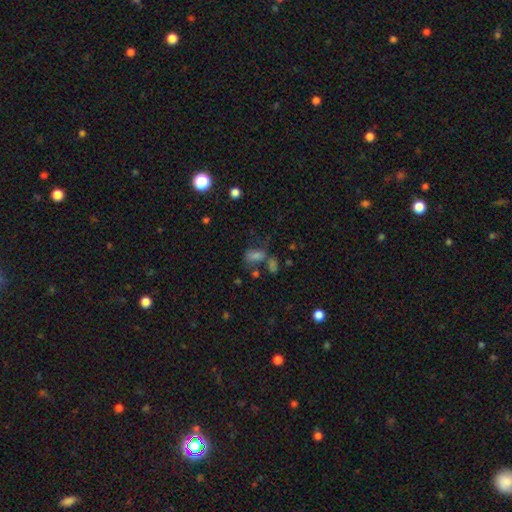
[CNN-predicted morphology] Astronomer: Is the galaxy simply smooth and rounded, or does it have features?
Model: smooth — 58%.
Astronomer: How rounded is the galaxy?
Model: in between — 77%.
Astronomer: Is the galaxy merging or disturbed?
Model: none — 42% (runner-up: merger, 25%).